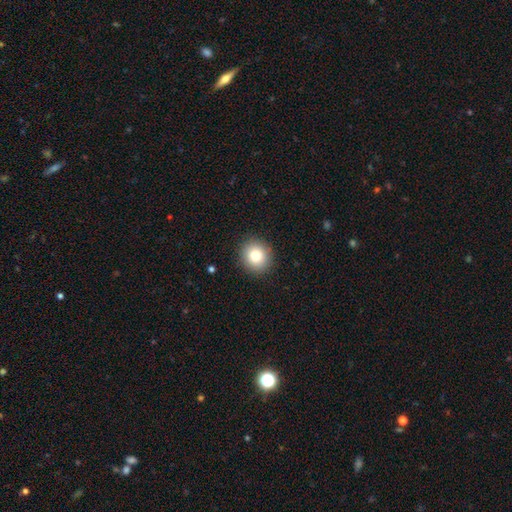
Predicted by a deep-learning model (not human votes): smooth-or-featured: smooth: 81% | star or artifact: 10% | featured or disk: 9%
  how-rounded: round: 86% | in between: 13% | cigar-shaped: 1%
  merging: none: 91% | minor disturbance: 6% | major disturbance: 2% | merger: 1%